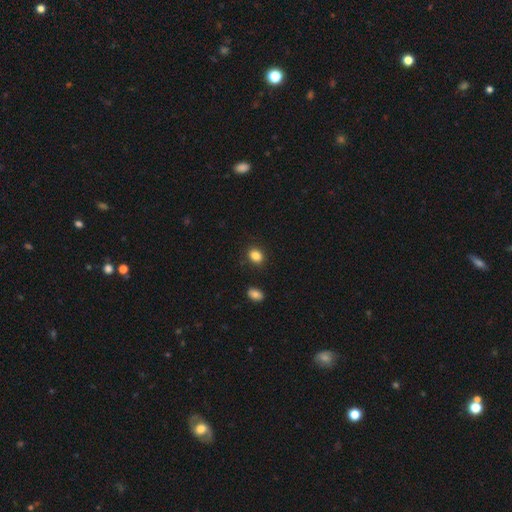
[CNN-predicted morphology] Smooth or featured? Predicted: smooth (p=0.85). How rounded? Predicted: in between (p=0.53). Merging? Predicted: none (p=0.87).